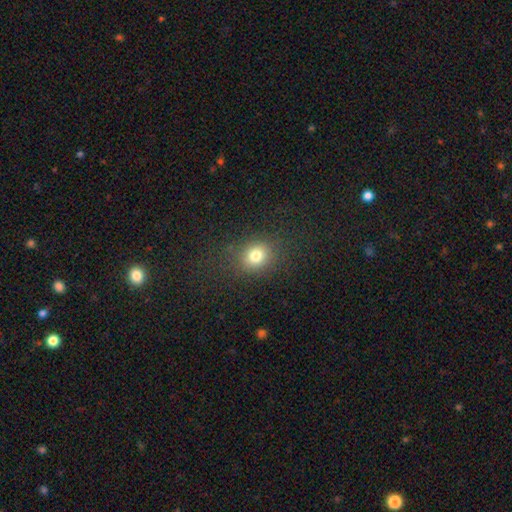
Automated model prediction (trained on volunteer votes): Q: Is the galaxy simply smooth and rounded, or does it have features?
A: smooth — 78%.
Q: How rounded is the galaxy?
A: round — 68%.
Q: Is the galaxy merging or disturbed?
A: none — 84%.